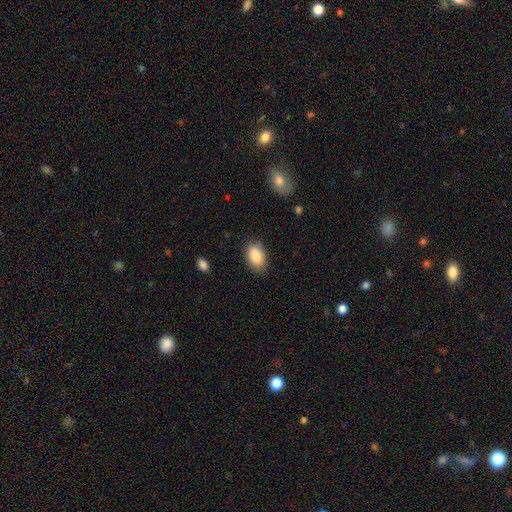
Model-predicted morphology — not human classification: Smooth or featured? Predicted: smooth (p=0.86). How rounded? Predicted: in between (p=0.89). Merging? Predicted: none (p=0.76).